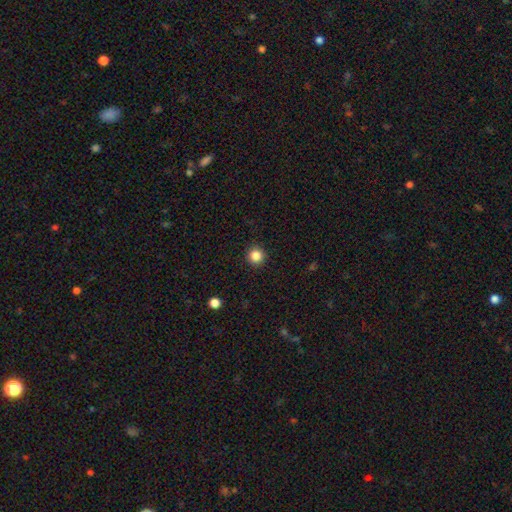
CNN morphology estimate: This appears to be a smooth galaxy with no disk features (85%) that is round (95%). Merging: none (92%).